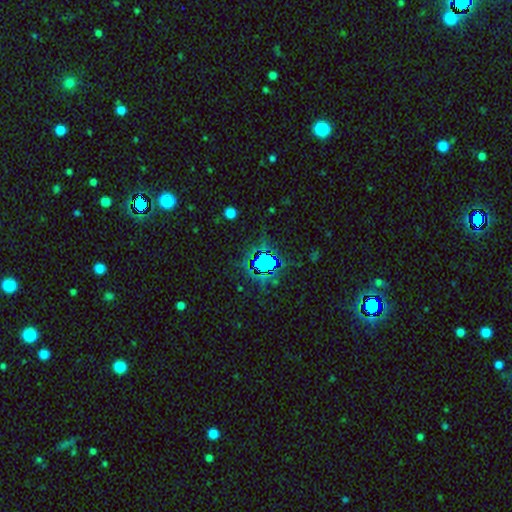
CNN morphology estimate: The model was most divided on "smooth or featured": star or artifact: 66%, smooth: 23%, featured or disk: 11%.